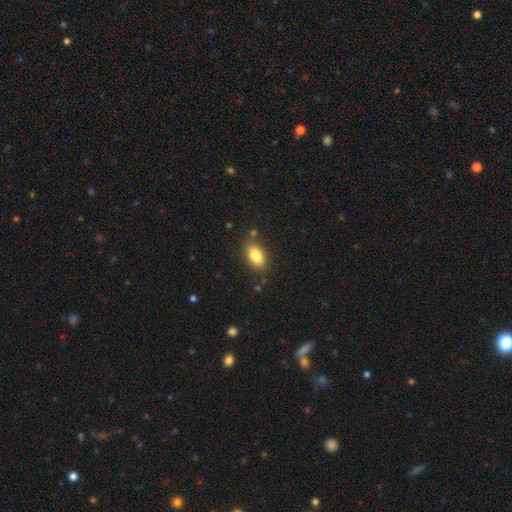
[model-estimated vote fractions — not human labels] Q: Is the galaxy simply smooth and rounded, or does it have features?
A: smooth — 84%.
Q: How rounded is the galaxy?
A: in between — 90%.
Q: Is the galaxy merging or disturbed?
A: none — 82%.